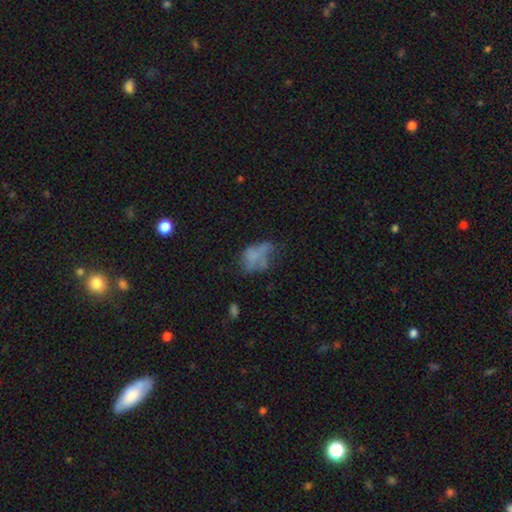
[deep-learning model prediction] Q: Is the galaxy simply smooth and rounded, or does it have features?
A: smooth — 53%.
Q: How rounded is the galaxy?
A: in between — 79%.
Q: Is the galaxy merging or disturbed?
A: major disturbance — 35%.